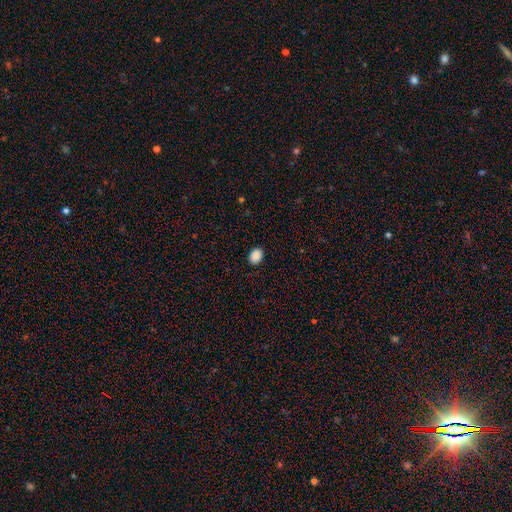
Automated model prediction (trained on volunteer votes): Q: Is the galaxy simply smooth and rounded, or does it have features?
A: smooth — 88%.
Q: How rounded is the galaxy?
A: in between — 58%.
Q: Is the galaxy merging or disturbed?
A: none — 89%.